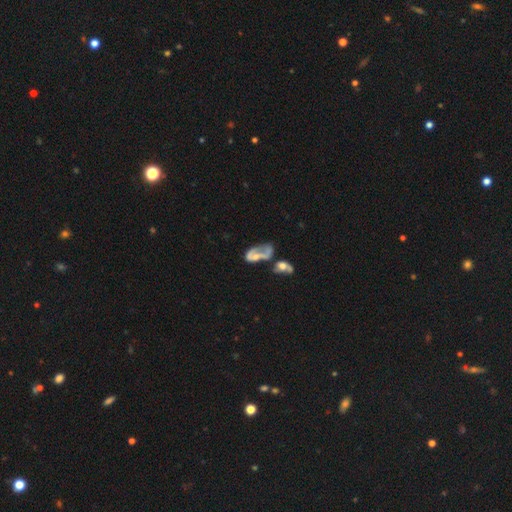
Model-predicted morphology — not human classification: A featured or disk galaxy (56%) with no bar (72%), no spiral arms (59%) and a moderate central bulge (39%). Merging: merger (42%).